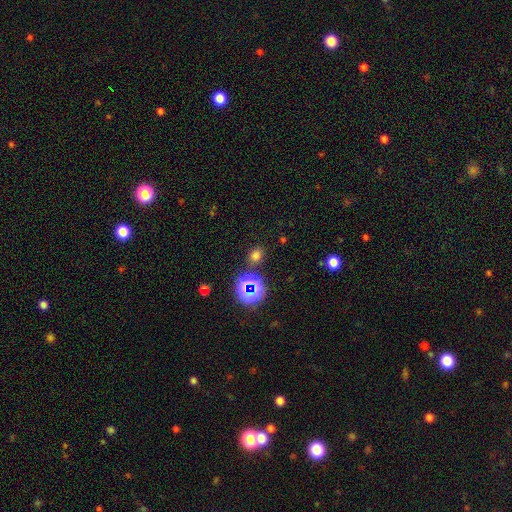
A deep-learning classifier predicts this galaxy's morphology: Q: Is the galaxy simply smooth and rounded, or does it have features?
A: smooth — 65%.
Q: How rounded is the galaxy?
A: round — 65%.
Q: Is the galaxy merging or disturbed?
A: none — 82%.